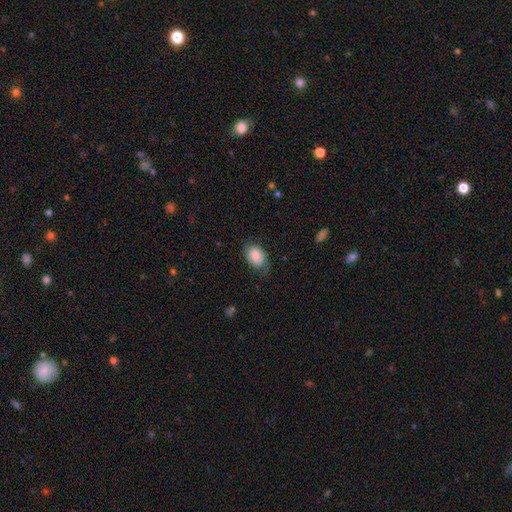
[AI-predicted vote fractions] Overall: smooth (79%). How rounded: in between (83%). Merging: none (60%; minor disturbance 27%).